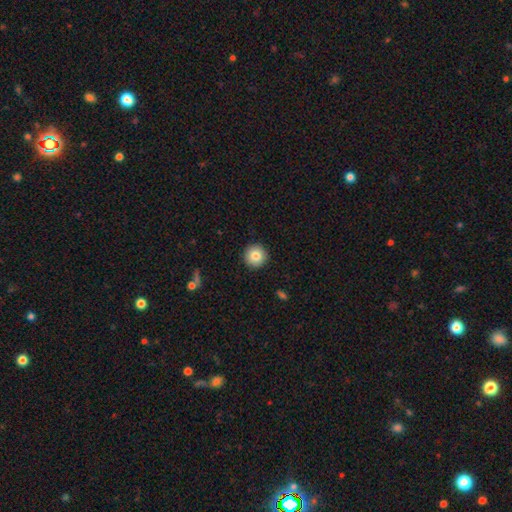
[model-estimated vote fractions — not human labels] Overall: smooth (83%). How rounded: round (96%). Merging: none (93%).